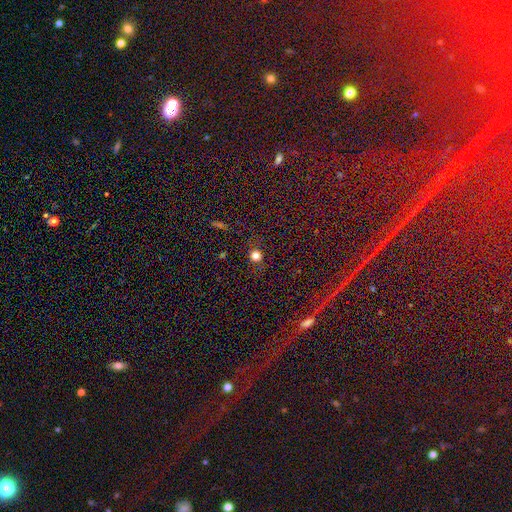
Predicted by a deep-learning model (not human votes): A smooth galaxy with no disk features (74%) that is round (88%). Merging: none (87%).